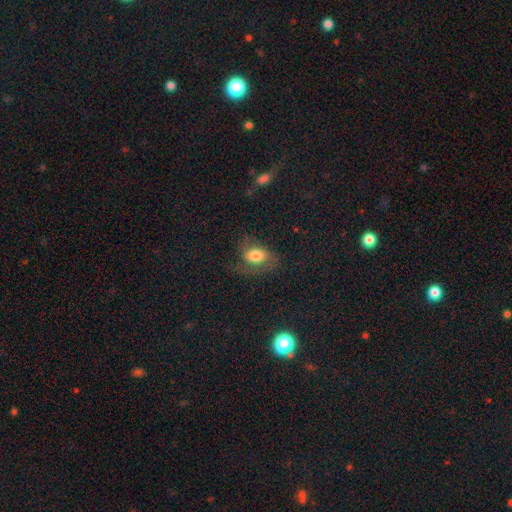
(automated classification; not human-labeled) Smooth or featured: smooth — 67% (featured or disk — 22%)
How rounded: in between — 75% (round — 23%)
Merging: none — 50% (minor disturbance — 24%)